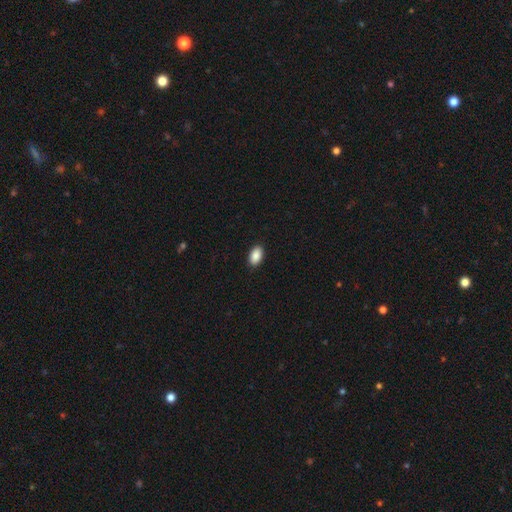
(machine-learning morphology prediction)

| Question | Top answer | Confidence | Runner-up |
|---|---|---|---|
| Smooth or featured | smooth | 89% | star or artifact (7%) |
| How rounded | in between | 93% | round (5%) |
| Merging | none | 90% | minor disturbance (8%) |